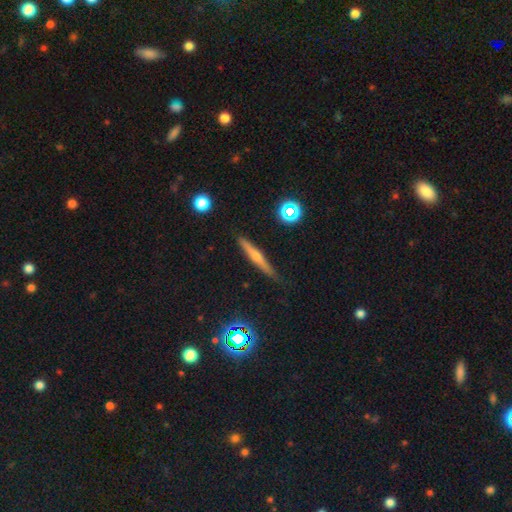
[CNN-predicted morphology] Smooth or featured: featured or disk — 58% (smooth — 32%)
Edge-on disk: yes — 96% (no — 4%)
Edge-on bulge: rounded — 69% (none — 25%)
Merging: none — 87% (minor disturbance — 10%)